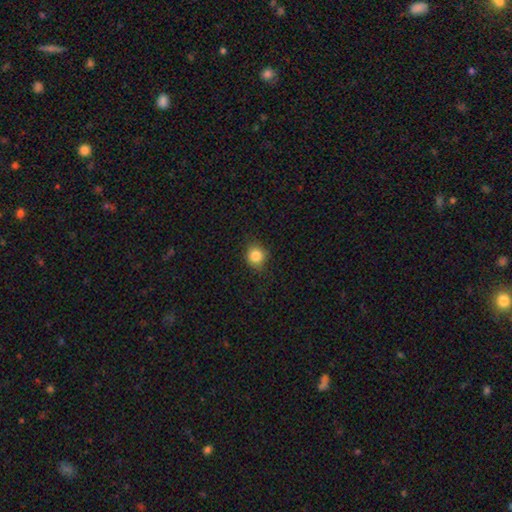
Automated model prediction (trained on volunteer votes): Overall: smooth (84%). How rounded: round (84%). Merging: none (85%).